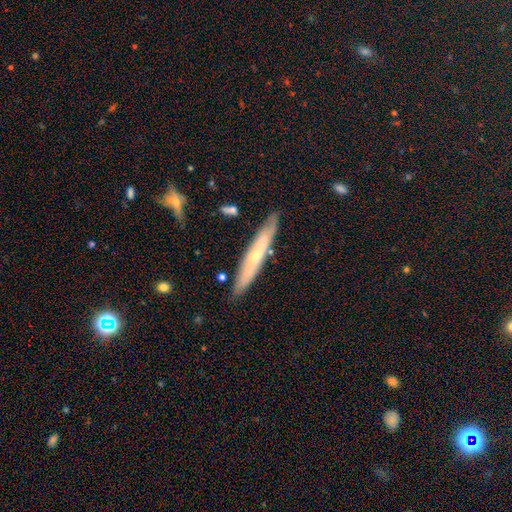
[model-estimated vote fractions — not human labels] Morphology: type=featured or disk (53%); edge-on=yes (81%); merging=none (85%).